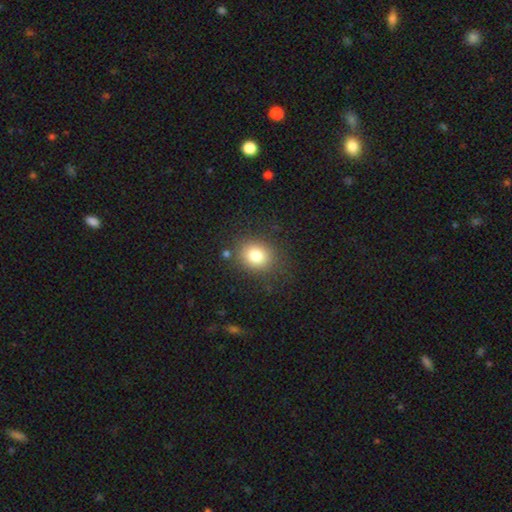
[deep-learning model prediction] A smooth galaxy with no disk features (81%) that is round (66%).

Vote fractions:
- Smooth or featured? smooth: 81% / star or artifact: 11% / featured or disk: 8%
- How rounded? round: 66% / in between: 33% / cigar-shaped: 1%
- Merging? none: 82% / minor disturbance: 11% / major disturbance: 4% / merger: 3%